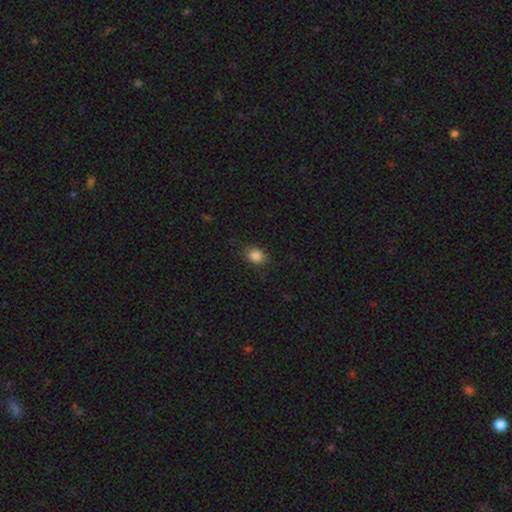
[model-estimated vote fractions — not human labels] A smooth galaxy with no disk features (86%) that is in between round and cigar-shaped (61%). Merging: none (86%).